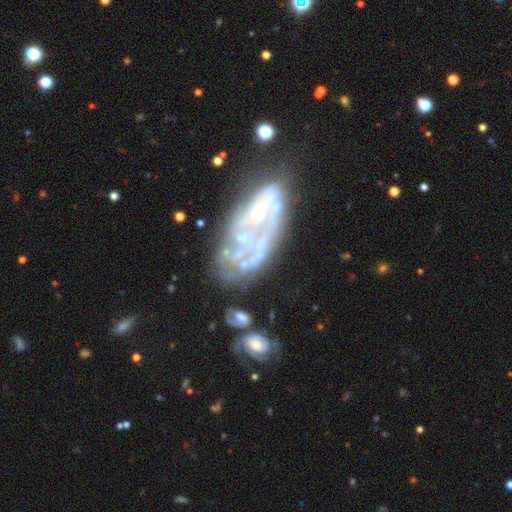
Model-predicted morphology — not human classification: The model was most divided on "merging": none: 36%, major disturbance: 29%, minor disturbance: 21%, merger: 14%. More confident: edge-on disk — no (95%); bar — no (78%); smooth or featured — featured or disk (74%); spiral arms — no (62%); bulge size — none (55%).